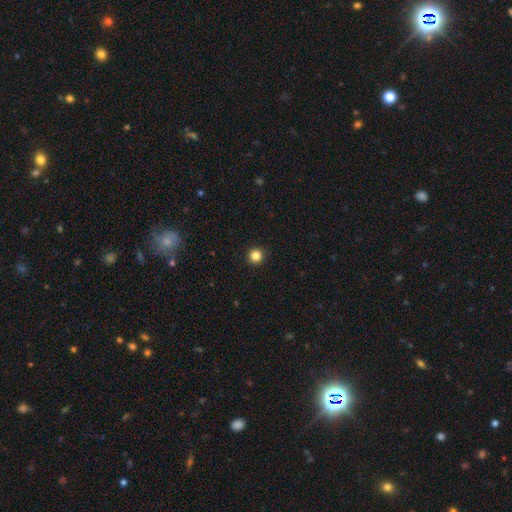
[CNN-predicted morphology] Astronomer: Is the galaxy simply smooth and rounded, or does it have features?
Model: smooth — 84%.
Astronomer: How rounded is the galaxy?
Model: round — 96%.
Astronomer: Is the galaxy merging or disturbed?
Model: none — 94%.